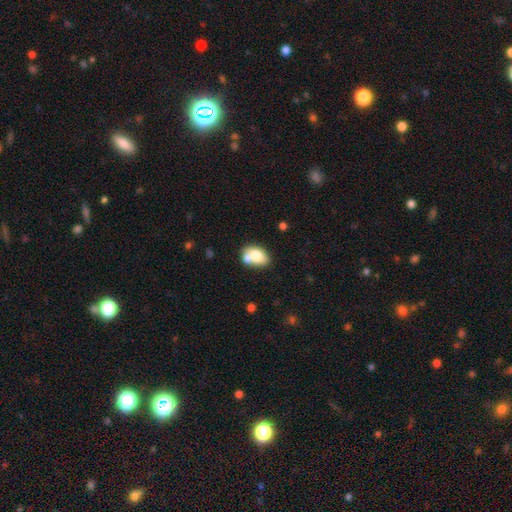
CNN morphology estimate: The model was most divided on "merging": none: 45%, merger: 36%, minor disturbance: 14%, major disturbance: 5%. More confident: how rounded — in between (79%); smooth or featured — smooth (73%).